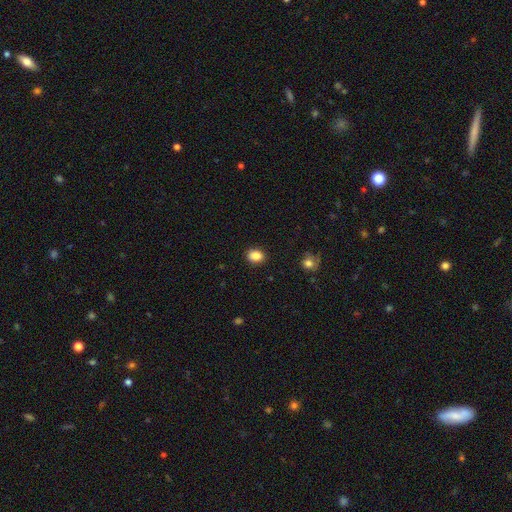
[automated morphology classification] Q: Smooth or featured?
A: smooth (86%); runner-up: star or artifact (10%)
Q: How rounded?
A: in between (55%); runner-up: round (44%)
Q: Merging?
A: none (88%); runner-up: minor disturbance (8%)